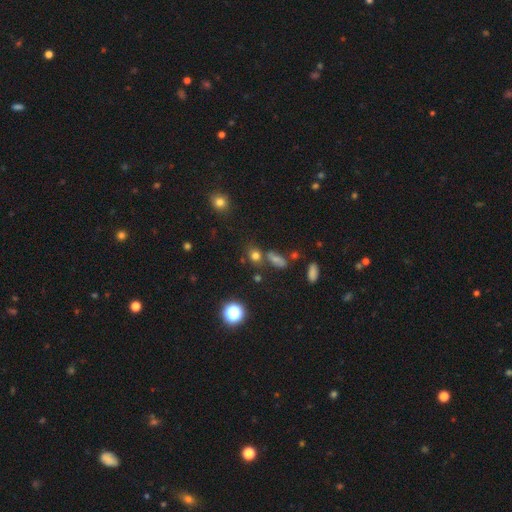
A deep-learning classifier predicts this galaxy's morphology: Smooth or featured?
  - smooth: 65% *
  - star or artifact: 25%
  - featured or disk: 9%
How rounded?
  - round: 63% *
  - in between: 34%
  - cigar-shaped: 3%
Merging?
  - none: 63% *
  - merger: 20%
  - minor disturbance: 12%
  - major disturbance: 5%